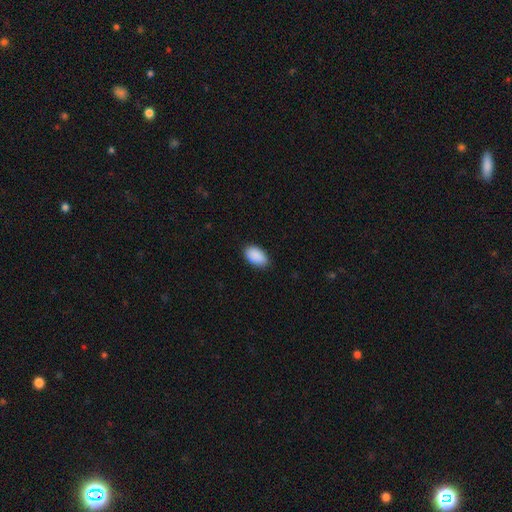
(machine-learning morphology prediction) This appears to be a smooth galaxy with no disk features (91%) that is in between round and cigar-shaped (95%). Merging: none (86%).